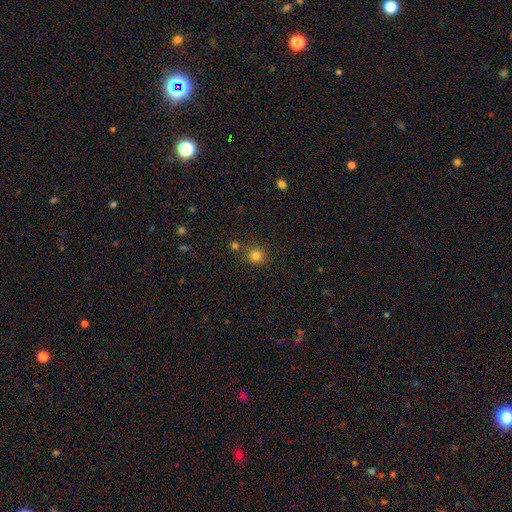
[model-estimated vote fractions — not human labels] Smooth or featured?
  - smooth: 81% *
  - star or artifact: 14%
  - featured or disk: 5%
How rounded?
  - round: 90% *
  - in between: 9%
  - cigar-shaped: 1%
Merging?
  - none: 80% *
  - merger: 9%
  - minor disturbance: 8%
  - major disturbance: 3%